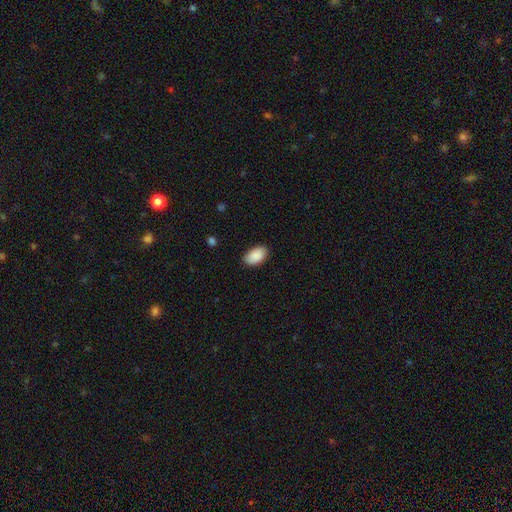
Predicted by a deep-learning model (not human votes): A smooth galaxy with no disk features (90%) that is in between round and cigar-shaped (93%). Merging: none (84%).